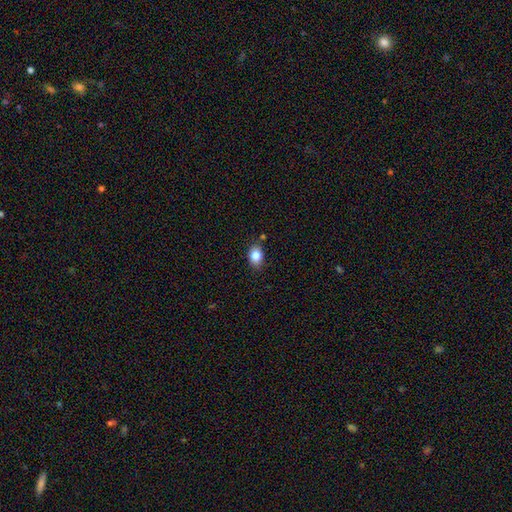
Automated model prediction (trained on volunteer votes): Smooth or featured?
  - smooth: 84% *
  - star or artifact: 9%
  - featured or disk: 7%
How rounded?
  - in between: 68% *
  - round: 31%
  - cigar-shaped: 1%
Merging?
  - none: 79% *
  - minor disturbance: 15%
  - merger: 3%
  - major disturbance: 3%